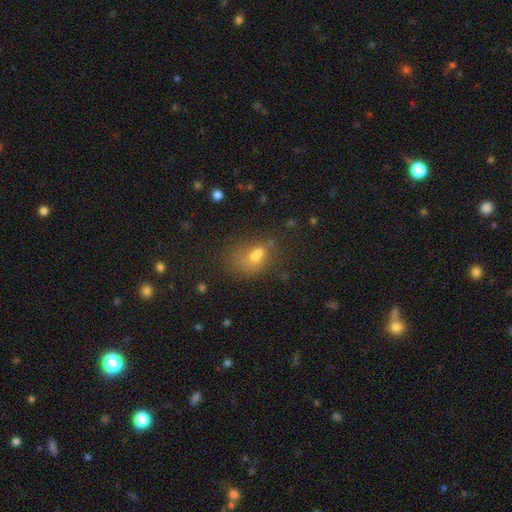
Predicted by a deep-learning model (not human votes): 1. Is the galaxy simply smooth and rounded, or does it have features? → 63% smooth, 20% featured or disk, 18% star or artifact.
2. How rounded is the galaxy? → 67% in between, 30% round, 2% cigar-shaped.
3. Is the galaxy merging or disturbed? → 34% merger, 30% none, 19% major disturbance, 17% minor disturbance.